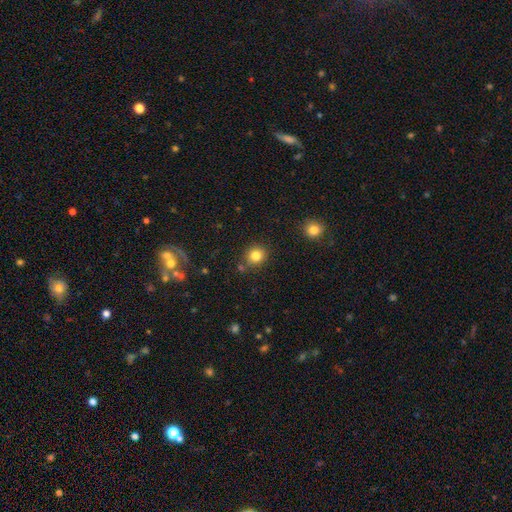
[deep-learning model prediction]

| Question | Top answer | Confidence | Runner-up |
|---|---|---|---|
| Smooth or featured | smooth | 82% | star or artifact (12%) |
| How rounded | round | 88% | in between (11%) |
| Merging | none | 83% | minor disturbance (9%) |